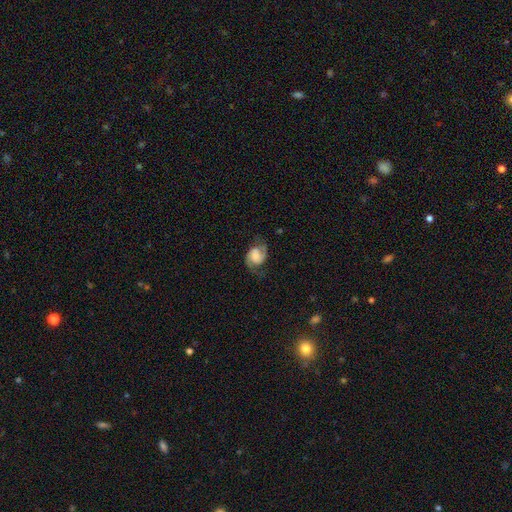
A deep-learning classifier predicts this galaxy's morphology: type=featured or disk (72%); edge-on=no (98%); bar=no (62%); spiral arms=yes (95%); winding=medium (46%); arm count=2 (90%); bulge=moderate (25%, tied with small); merging=none (68%).